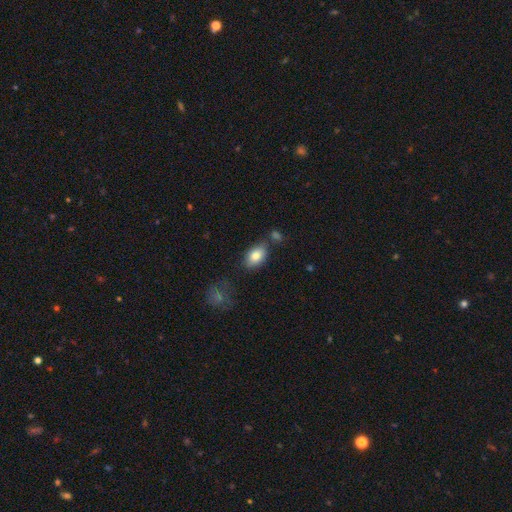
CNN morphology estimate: smooth-or-featured: smooth: 82% | featured or disk: 11% | star or artifact: 7%
  how-rounded: in between: 89% | round: 9% | cigar-shaped: 2%
  merging: none: 72% | minor disturbance: 15% | merger: 9% | major disturbance: 4%